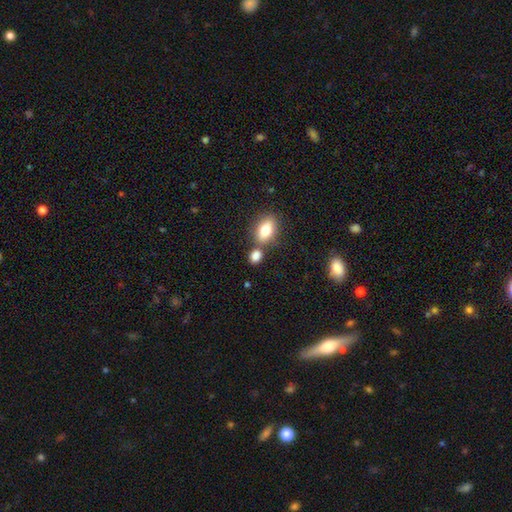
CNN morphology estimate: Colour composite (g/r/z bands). It shows a smooth galaxy with no disk features (82%) that is in between round and cigar-shaped (60%). Merging: none (59%).